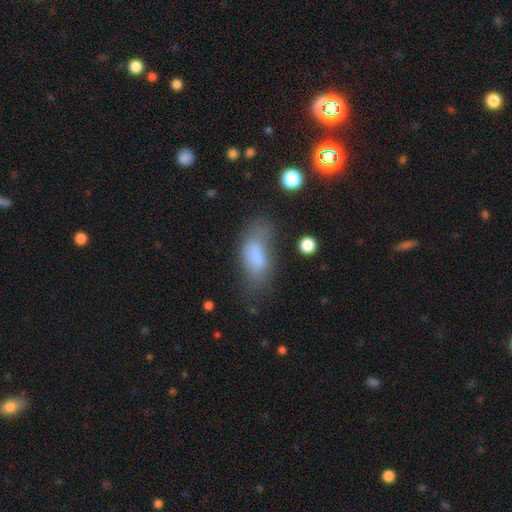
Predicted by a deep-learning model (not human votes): smooth_or_featured: smooth (p=0.75) [alt: featured or disk p=0.15]
how_rounded: in between (p=0.85) [alt: cigar-shaped p=0.11]
merging: none (p=0.44) [alt: minor disturbance p=0.28]